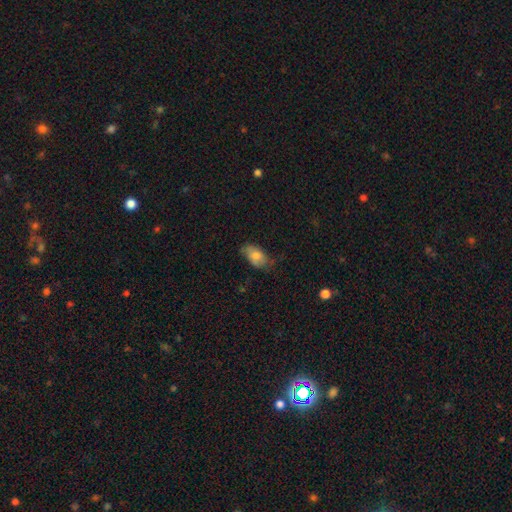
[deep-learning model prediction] The model was most divided on "merging": none: 56%, minor disturbance: 32%, major disturbance: 11%, merger: 2%. More confident: how rounded — in between (91%); smooth or featured — smooth (73%).